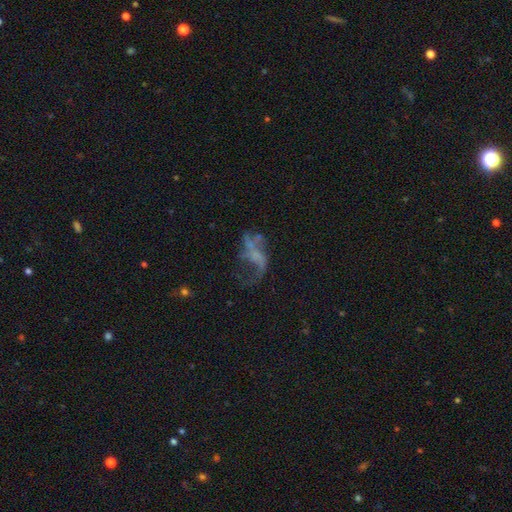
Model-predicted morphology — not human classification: featured or disk 63%, smooth 21%, star or artifact 16%. Down the decision tree: edge-on disk — no (96%); bar — no (74%); spiral arms — no (54%); bulge size — none (68%); merging — major disturbance (45%).